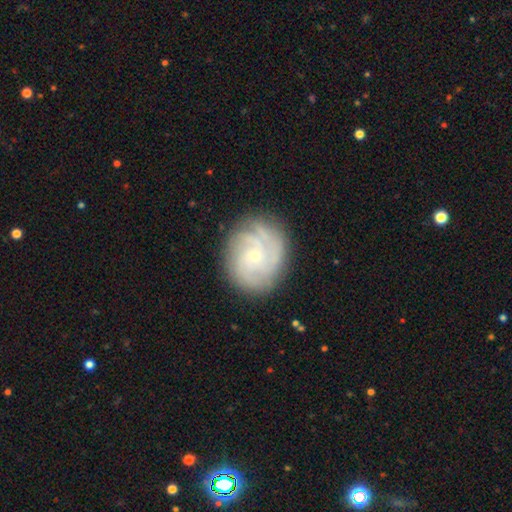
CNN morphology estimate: This is likely a featured or disk galaxy (78%). It is clearly not viewed edge-on (97%). Bar: likely no (76%). Spiral arm pattern: clearly yes (95%). Spiral arm count: marginally can't tell (30%). Spiral winding: likely tight (64%). Central bulge: likely small (74%). Merging: likely none (79%).